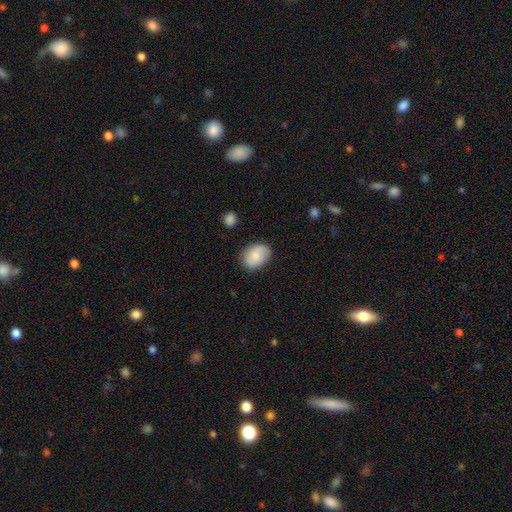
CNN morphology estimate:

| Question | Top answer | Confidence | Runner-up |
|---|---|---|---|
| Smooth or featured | smooth | 75% | featured or disk (17%) |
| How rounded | in between | 69% | round (30%) |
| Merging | none | 76% | minor disturbance (18%) |